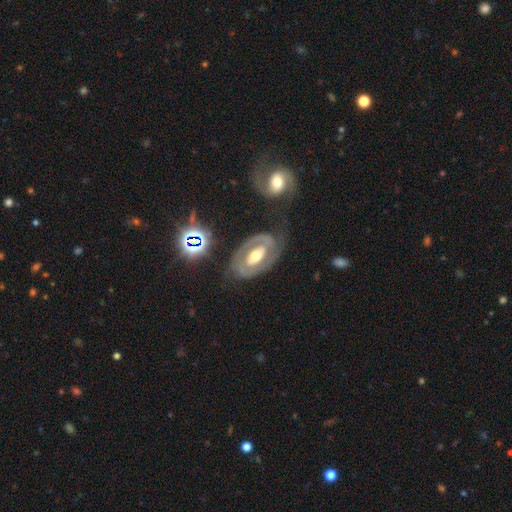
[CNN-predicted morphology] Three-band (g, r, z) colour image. It shows a featured or disk galaxy (80%) with no bar (47%), 2 (58%) tight (54%) spiral arms (69%) and a moderate central bulge (67%). Merging: none (61%).